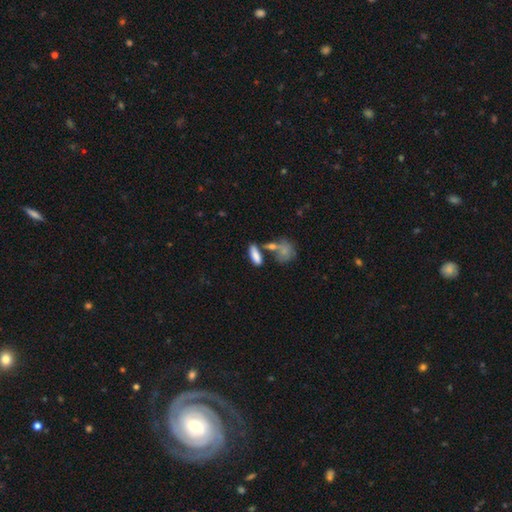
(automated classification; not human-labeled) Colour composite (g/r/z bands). It shows a smooth galaxy with no disk features (80%) that is in between round and cigar-shaped (67%). Merging: none (53%).